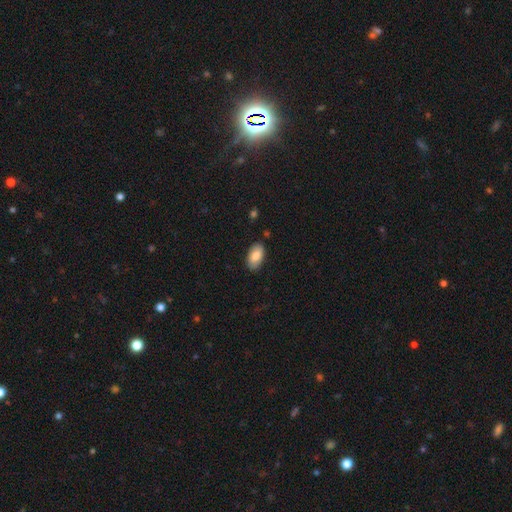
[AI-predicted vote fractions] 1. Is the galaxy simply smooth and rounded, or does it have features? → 82% smooth, 11% featured or disk, 6% star or artifact.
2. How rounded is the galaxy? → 94% in between, 4% round, 2% cigar-shaped.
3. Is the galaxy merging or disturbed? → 86% none, 10% minor disturbance, 2% major disturbance, 1% merger.